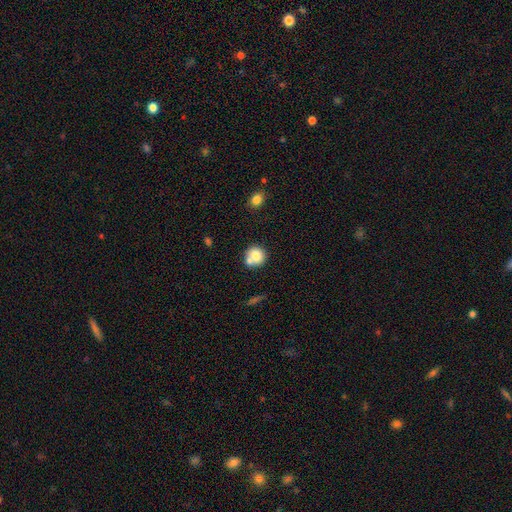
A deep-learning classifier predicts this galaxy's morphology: The model was most divided on "merging": none: 54%, merger: 32%, minor disturbance: 11%, major disturbance: 4%. More confident: how rounded — round (88%); smooth or featured — smooth (76%).